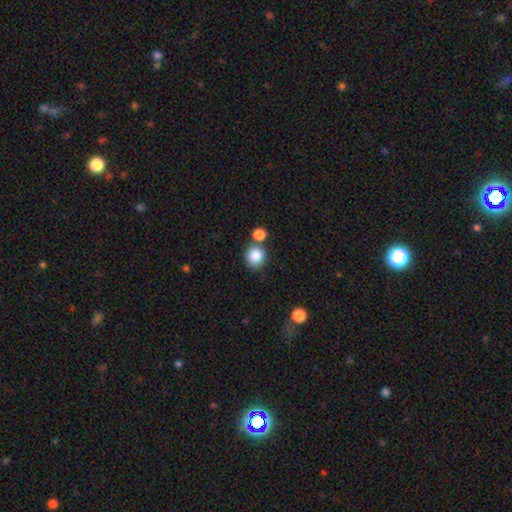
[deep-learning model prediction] Q: Smooth or featured?
A: smooth (86%); runner-up: star or artifact (9%)
Q: How rounded?
A: round (88%); runner-up: in between (11%)
Q: Merging?
A: none (66%); runner-up: merger (21%)